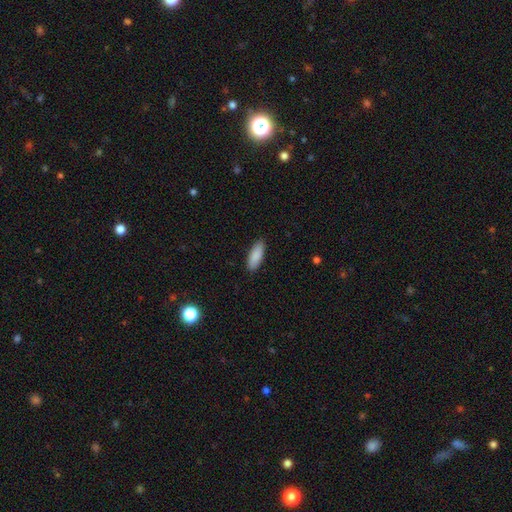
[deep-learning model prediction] This is clearly a smooth galaxy (89%). How rounded: likely in between (72%). Merging: clearly none (89%).